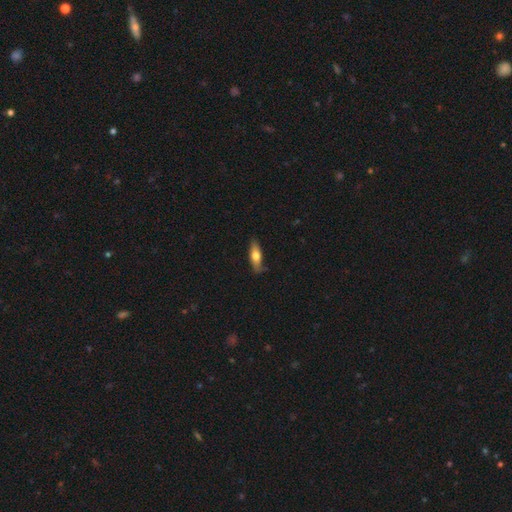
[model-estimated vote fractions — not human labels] This appears to be a smooth galaxy with no disk features (62%) that is in between round and cigar-shaped (49%). Merging: none (73%).